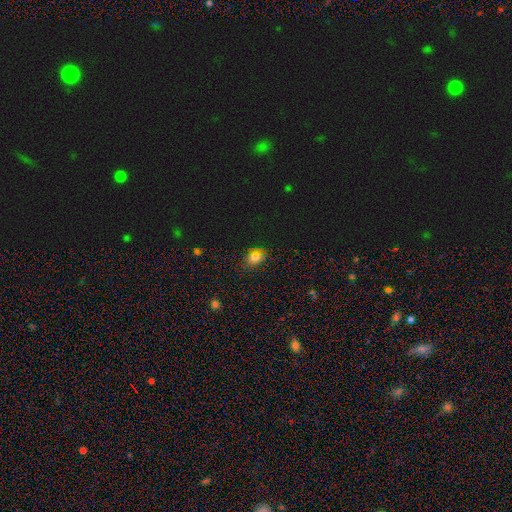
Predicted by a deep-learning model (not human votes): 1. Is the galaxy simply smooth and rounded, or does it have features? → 69% smooth, 22% star or artifact, 9% featured or disk.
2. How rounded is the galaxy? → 60% in between, 39% round, 2% cigar-shaped.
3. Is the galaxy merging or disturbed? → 80% none, 15% minor disturbance, 4% major disturbance, 1% merger.